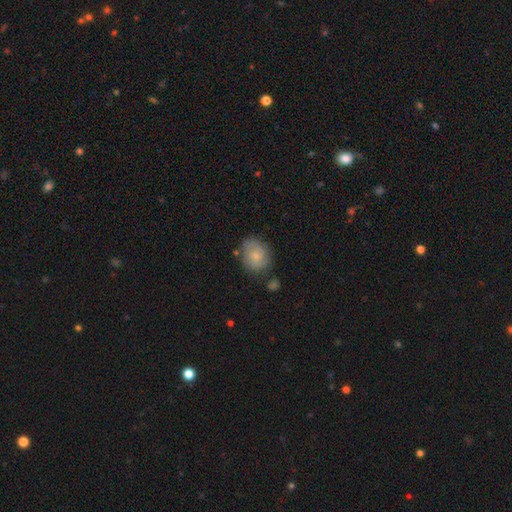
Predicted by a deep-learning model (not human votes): The model was most divided on "how rounded": round: 58%, in between: 41%, cigar-shaped: 1%. More confident: smooth or featured — smooth (71%); merging — none (67%).